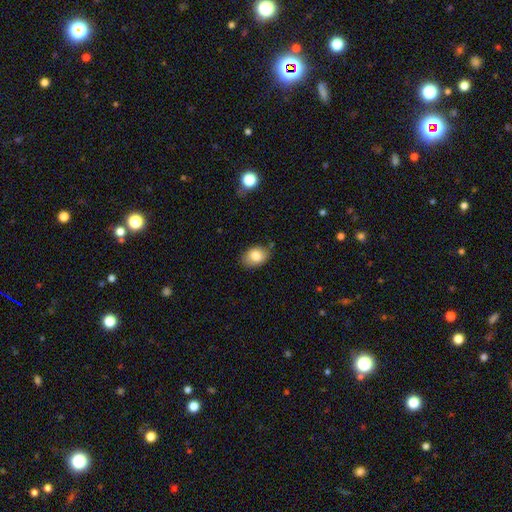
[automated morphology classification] Smooth or featured? Predicted: smooth (p=0.83). How rounded? Predicted: in between (p=0.76). Merging? Predicted: none (p=0.76).